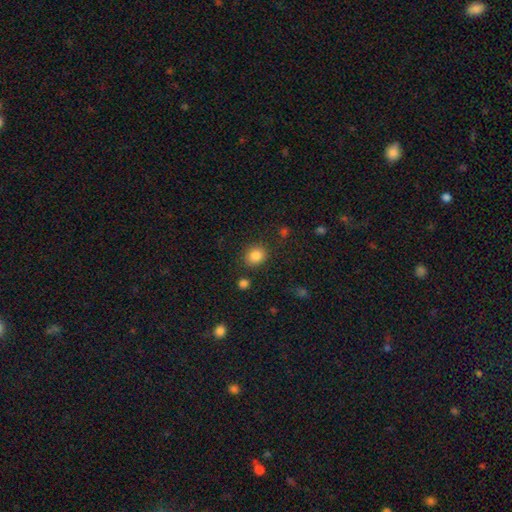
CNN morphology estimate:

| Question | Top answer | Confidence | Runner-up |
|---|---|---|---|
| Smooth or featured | smooth | 85% | star or artifact (10%) |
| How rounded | round | 72% | in between (27%) |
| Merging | none | 84% | minor disturbance (10%) |